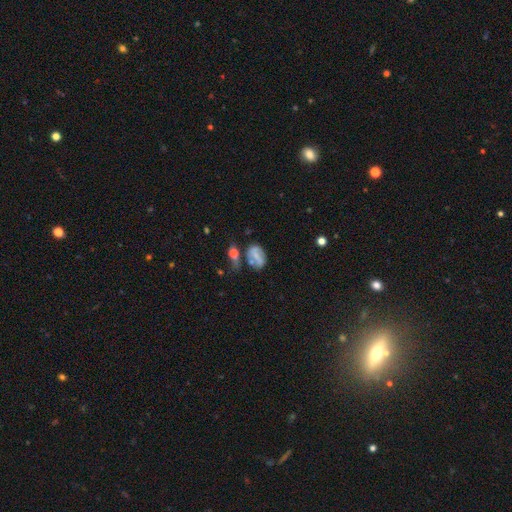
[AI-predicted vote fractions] This is possibly a smooth galaxy (46%). Merging: marginally none (45%).